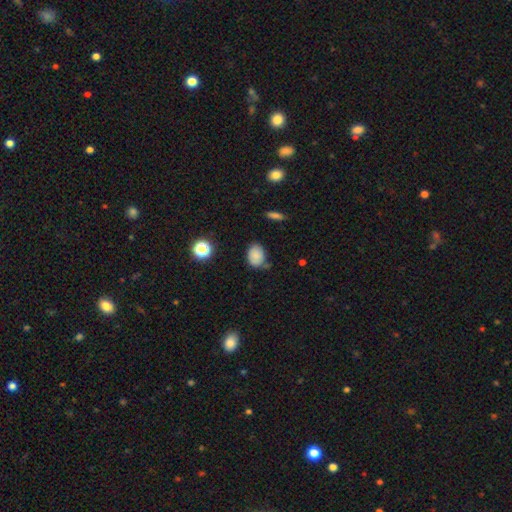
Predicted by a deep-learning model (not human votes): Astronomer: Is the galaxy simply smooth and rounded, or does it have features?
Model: smooth — 83%.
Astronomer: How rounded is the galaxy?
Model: in between — 72%.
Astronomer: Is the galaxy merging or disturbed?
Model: none — 67%.